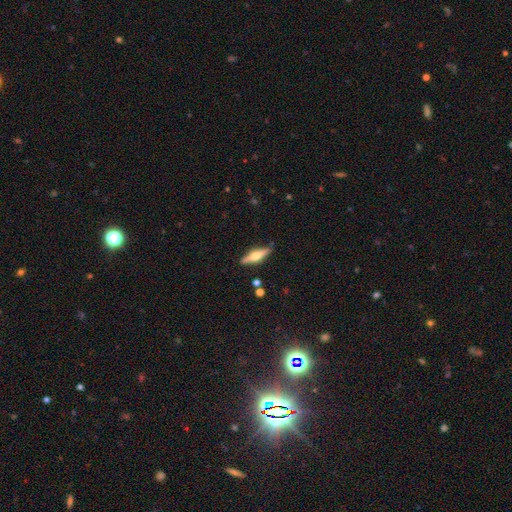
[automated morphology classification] Smooth or featured? featured or disk (58%)
Edge-on disk? yes (95%)
Edge-on bulge? rounded (88%)
Merging? none (86%)